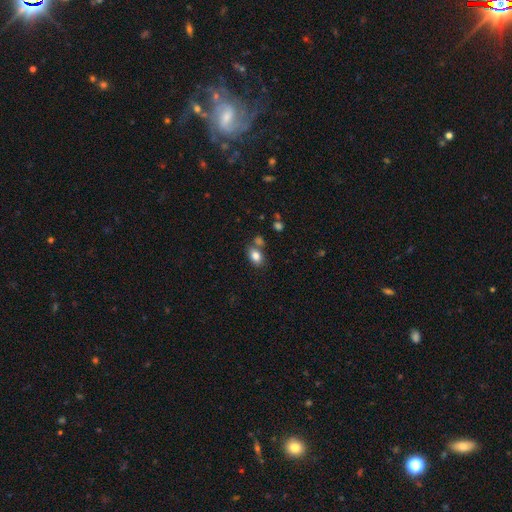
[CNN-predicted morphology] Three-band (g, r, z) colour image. It shows a smooth galaxy with no disk features (83%) that is in between round and cigar-shaped (82%). Merging: none (63%).